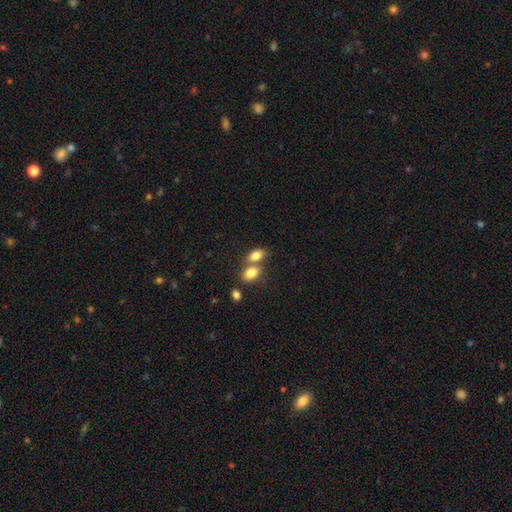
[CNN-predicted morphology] A smooth galaxy with no disk features (82%) that is in between round and cigar-shaped (84%). Merging: merger (50%).